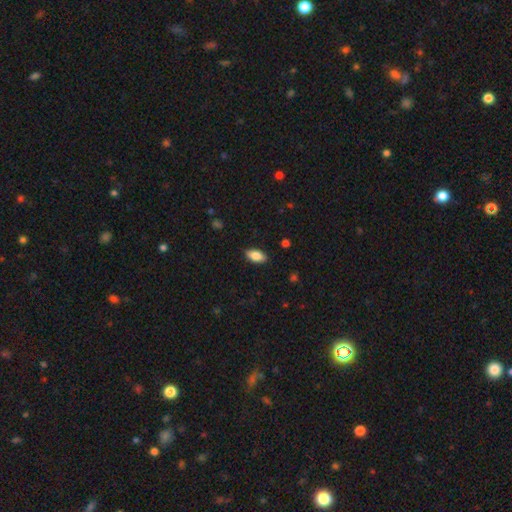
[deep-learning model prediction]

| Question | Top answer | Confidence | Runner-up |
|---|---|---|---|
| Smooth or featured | smooth | 83% | featured or disk (11%) |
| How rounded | in between | 90% | cigar-shaped (7%) |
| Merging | none | 87% | minor disturbance (10%) |